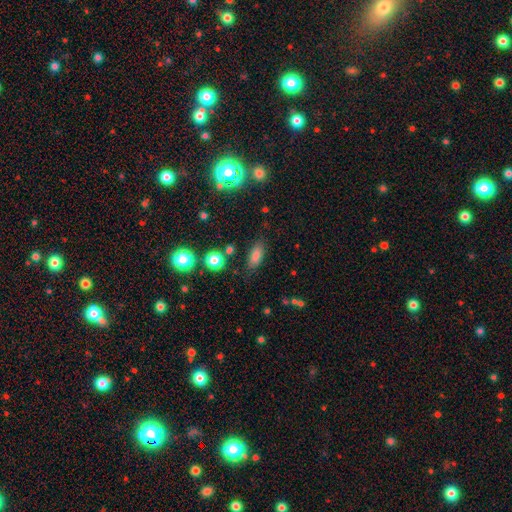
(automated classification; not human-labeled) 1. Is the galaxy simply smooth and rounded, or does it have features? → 78% smooth, 14% star or artifact, 9% featured or disk.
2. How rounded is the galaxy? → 78% in between, 16% cigar-shaped, 6% round.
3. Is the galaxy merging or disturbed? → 80% none, 13% minor disturbance, 4% major disturbance, 3% merger.